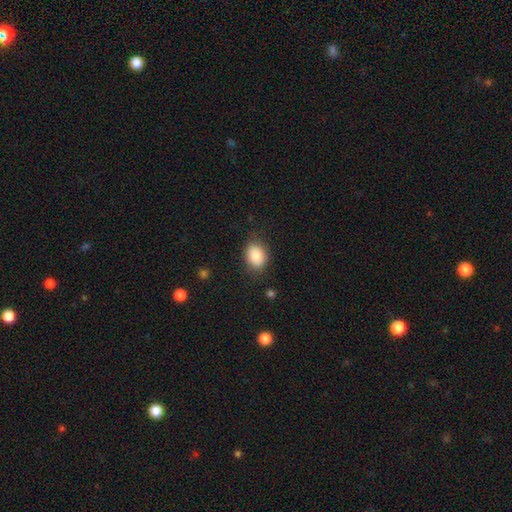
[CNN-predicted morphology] This appears to be a smooth galaxy with no disk features (85%) that is in between round and cigar-shaped (60%). Merging: none (80%).